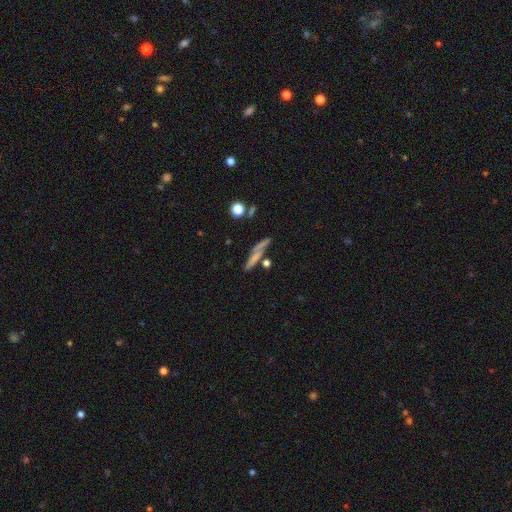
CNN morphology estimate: A smooth galaxy with no disk features (52%) that is cigar-shaped (84%).

Vote fractions:
- Smooth or featured? smooth: 52% / featured or disk: 37% / star or artifact: 11%
- How rounded? cigar-shaped: 84% / in between: 10% / round: 6%
- Merging? none: 64% / minor disturbance: 16% / merger: 14% / major disturbance: 7%